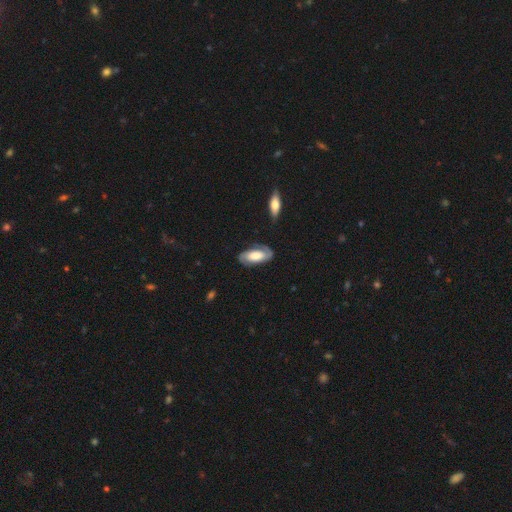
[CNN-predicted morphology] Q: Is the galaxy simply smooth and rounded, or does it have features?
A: featured or disk — 61%.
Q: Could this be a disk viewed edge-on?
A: no — 91%.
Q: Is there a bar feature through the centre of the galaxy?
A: no — 50%.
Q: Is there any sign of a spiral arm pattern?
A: yes — 85%.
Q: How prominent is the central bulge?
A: large — 49%.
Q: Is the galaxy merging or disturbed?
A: none — 76%.